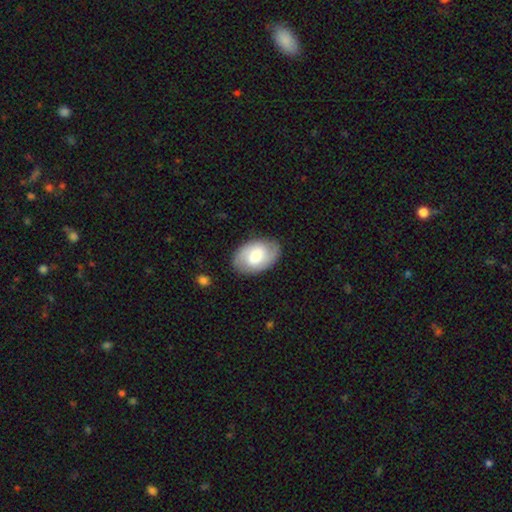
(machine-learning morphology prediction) This appears to be a smooth galaxy with no disk features (48%). Merging: none (84%).